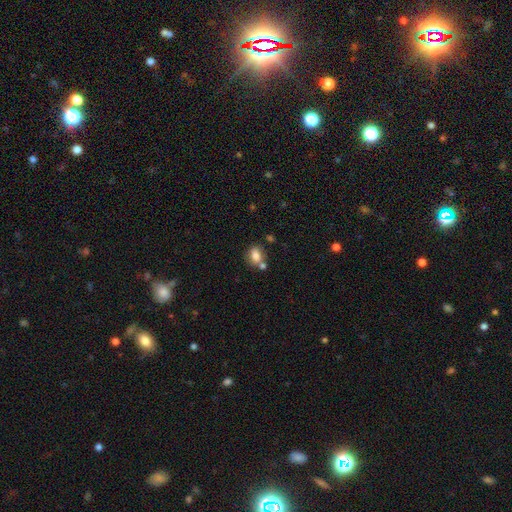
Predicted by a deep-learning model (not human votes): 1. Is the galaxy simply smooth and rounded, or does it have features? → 80% smooth, 10% featured or disk, 10% star or artifact.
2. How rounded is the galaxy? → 64% in between, 34% round, 2% cigar-shaped.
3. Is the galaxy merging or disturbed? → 57% none, 24% merger, 15% minor disturbance, 5% major disturbance.